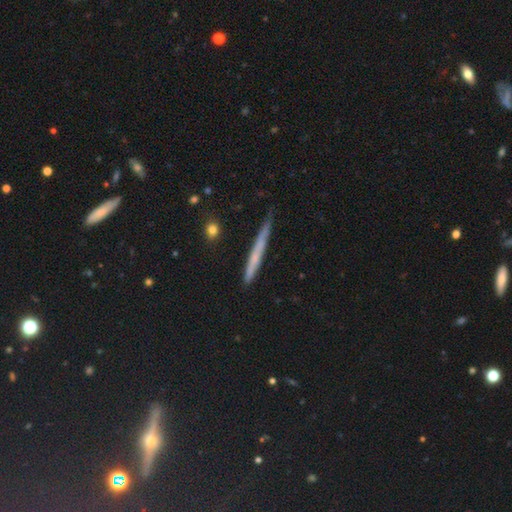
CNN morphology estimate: Overall: smooth (50%; featured or disk 40%). How rounded: cigar-shaped (96%). Merging: none (77%).